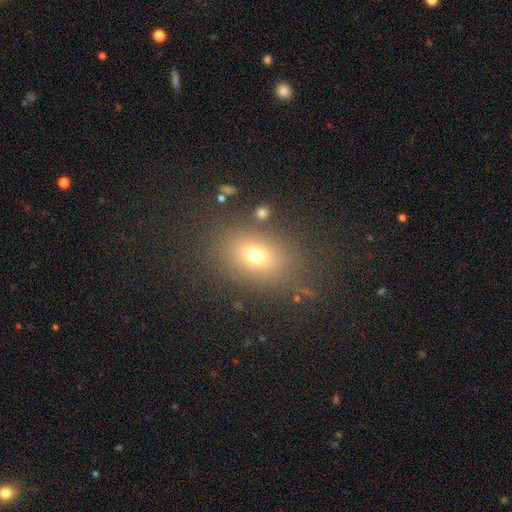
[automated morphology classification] smooth_or_featured: smooth (p=0.69) [alt: star or artifact p=0.18]
how_rounded: in between (p=0.64) [alt: round p=0.34]
merging: none (p=0.80) [alt: minor disturbance p=0.11]